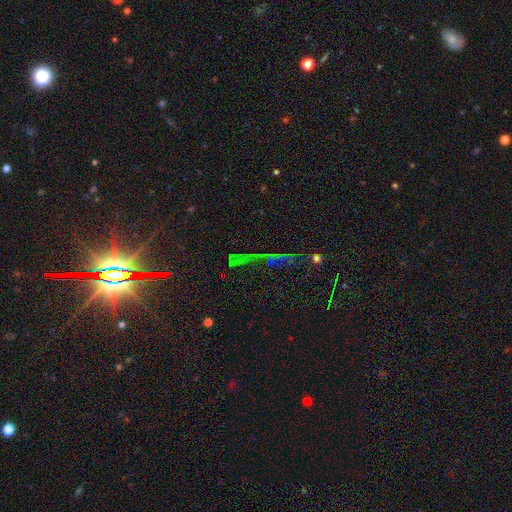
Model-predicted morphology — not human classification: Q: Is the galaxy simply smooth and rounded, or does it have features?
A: star or artifact — 80%.